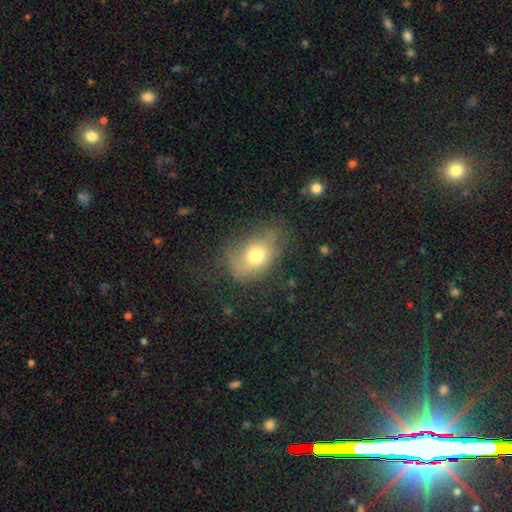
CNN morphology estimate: This appears to be a smooth galaxy with no disk features (65%) that is in between round and cigar-shaped (69%). Merging: none (47%).